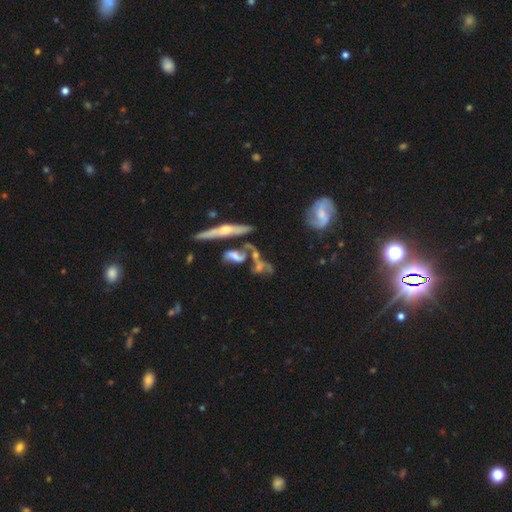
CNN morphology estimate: Smooth or featured: featured or disk — 63% (smooth — 24%)
Edge-on disk: yes — 58% (no — 42%)
Merging: none — 54% (merger — 18%)